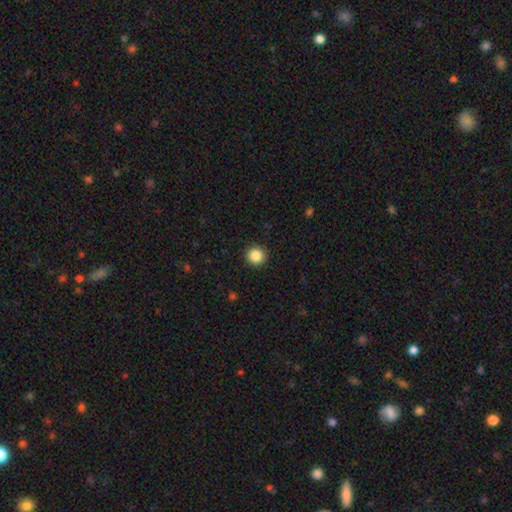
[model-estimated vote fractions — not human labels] This is clearly a smooth galaxy (87%). How rounded: clearly round (95%). Merging: clearly none (92%).